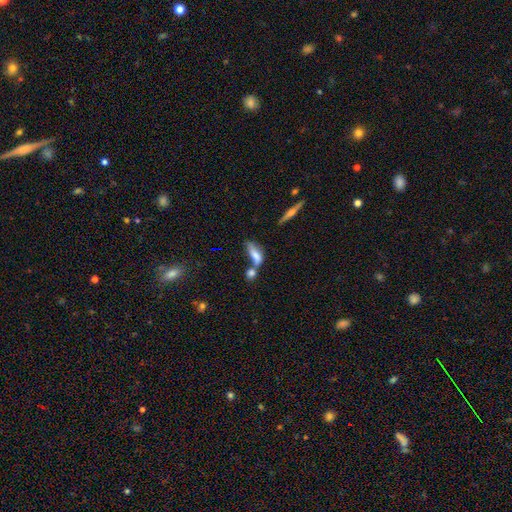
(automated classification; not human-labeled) This is likely a smooth galaxy (66%). How rounded: likely in between (67%). Merging: possibly merger (50%).